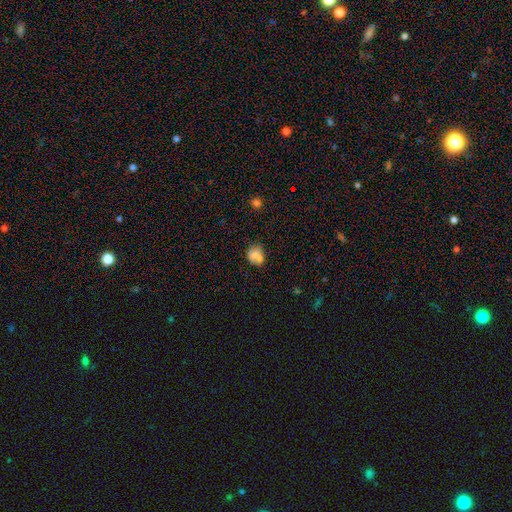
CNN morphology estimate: Smooth or featured? Predicted: smooth (p=0.72). How rounded? Predicted: round (p=0.62). Merging? Predicted: none (p=0.44).